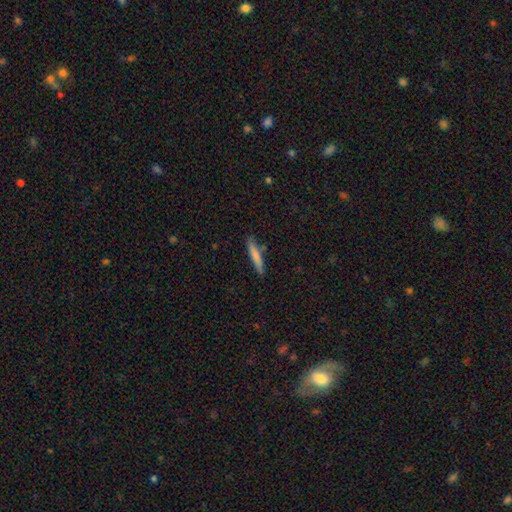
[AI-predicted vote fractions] Morphology: type=smooth (74%); roundness=cigar-shaped (92%); merging=none (81%).